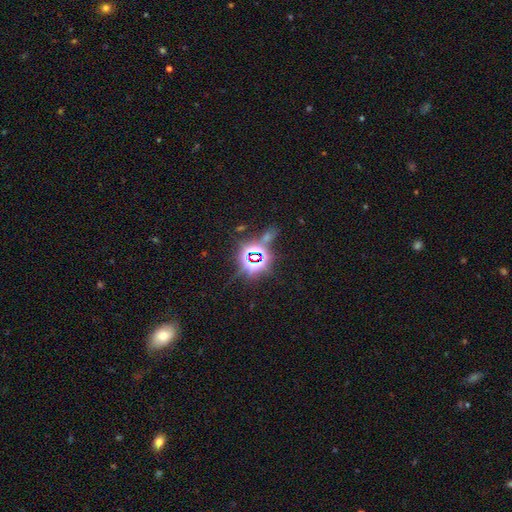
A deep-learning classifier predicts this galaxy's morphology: This appears to be a star or artifact, not a galaxy (80%).